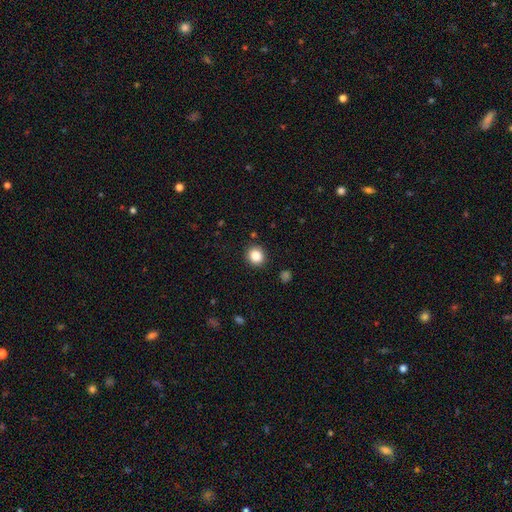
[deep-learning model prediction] A smooth galaxy with no disk features (85%) that is round (81%). Merging: none (89%).